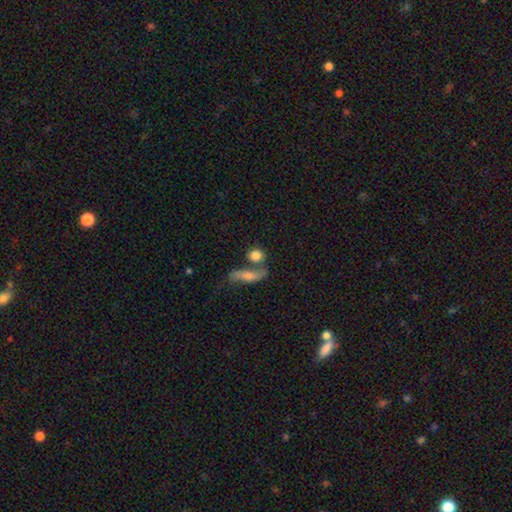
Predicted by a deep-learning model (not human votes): Overall: smooth (78%). How rounded: round (64%; in between 29%). Merging: none (48%; merger 33%).